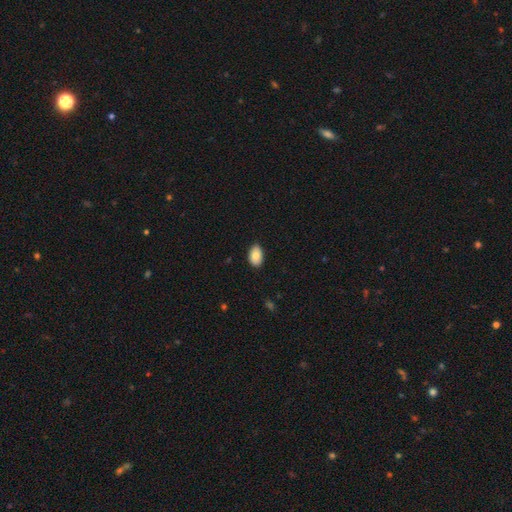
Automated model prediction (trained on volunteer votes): A smooth galaxy with no disk features (81%) that is in between round and cigar-shaped (90%). Merging: none (85%).